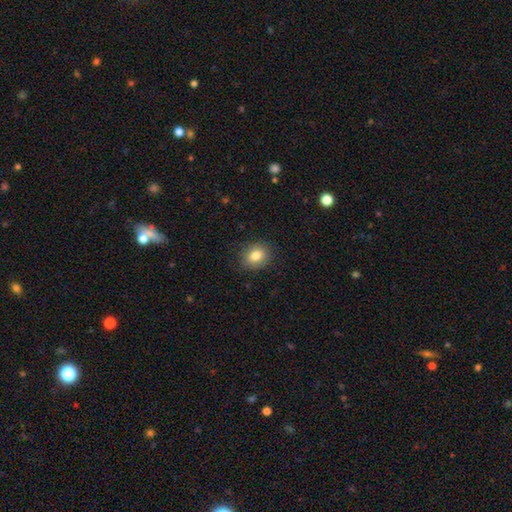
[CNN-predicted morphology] This appears to be a smooth galaxy with no disk features (82%) that is round (55%). Merging: none (86%).